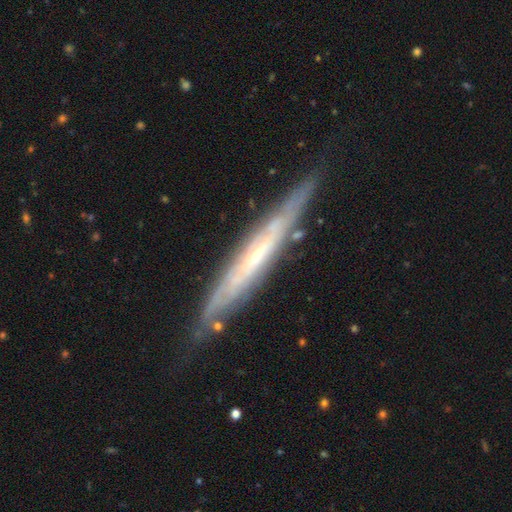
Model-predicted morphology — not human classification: Smooth or featured?
  - featured or disk: 75% *
  - smooth: 19%
  - star or artifact: 6%
Edge-on disk?
  - yes: 77% *
  - no: 23%
Edge-on bulge?
  - none: 63% *
  - rounded: 32%
  - boxy: 5%
Merging?
  - none: 79% *
  - minor disturbance: 16%
  - major disturbance: 3%
  - merger: 2%